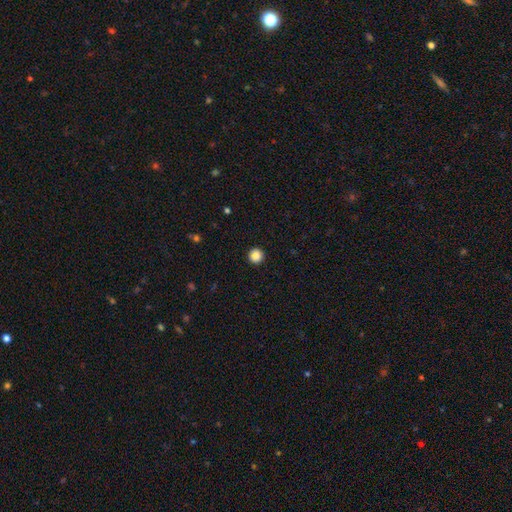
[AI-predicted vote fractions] smooth 83%, star or artifact 11%, featured or disk 6%. Down the decision tree: how rounded — round (93%); merging — none (86%).